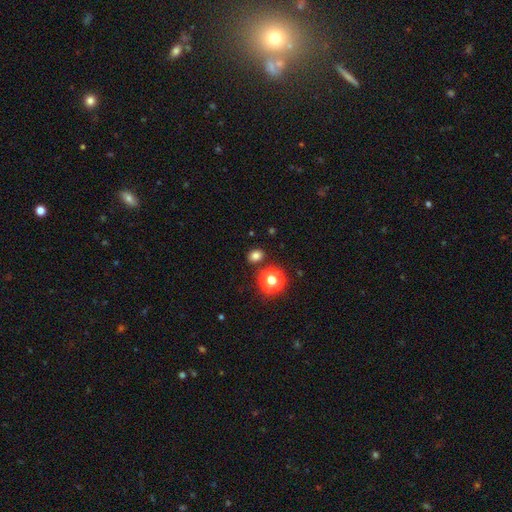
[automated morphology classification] This appears to be a smooth galaxy with no disk features (77%) that is round (55%). Merging: none (85%).